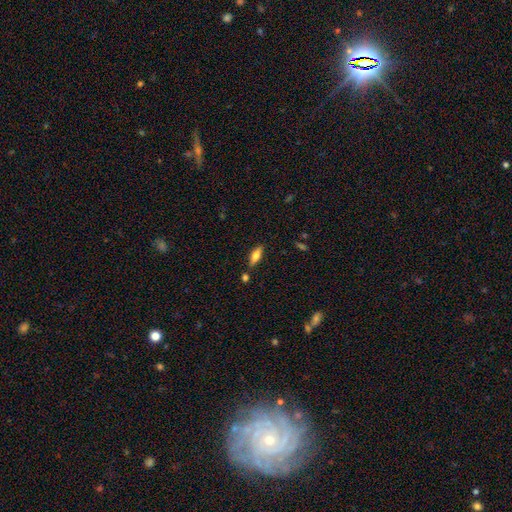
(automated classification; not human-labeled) A smooth galaxy with no disk features (71%) that is in between round and cigar-shaped (67%). Merging: none (78%).